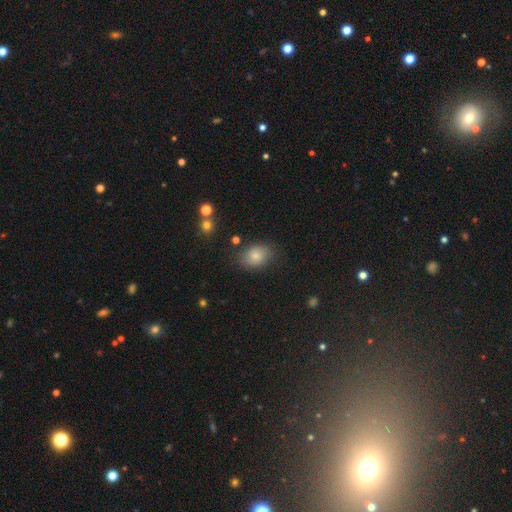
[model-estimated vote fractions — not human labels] Q: Smooth or featured?
A: smooth (79%); runner-up: featured or disk (11%)
Q: How rounded?
A: in between (72%); runner-up: round (27%)
Q: Merging?
A: none (78%); runner-up: minor disturbance (15%)